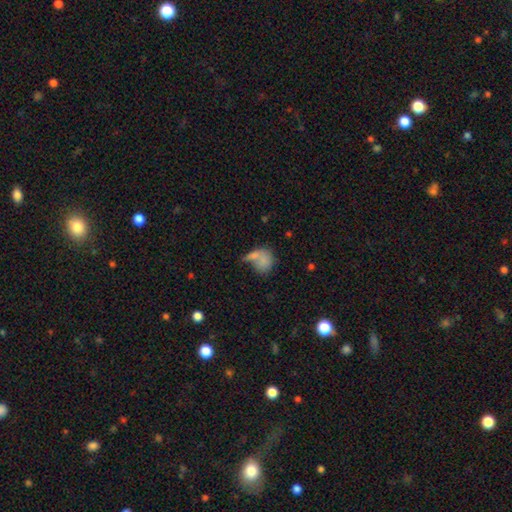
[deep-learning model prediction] Smooth or featured: smooth — 68% (featured or disk — 18%)
How rounded: round — 50% (in between — 47%)
Merging: merger — 38% (none — 36%)